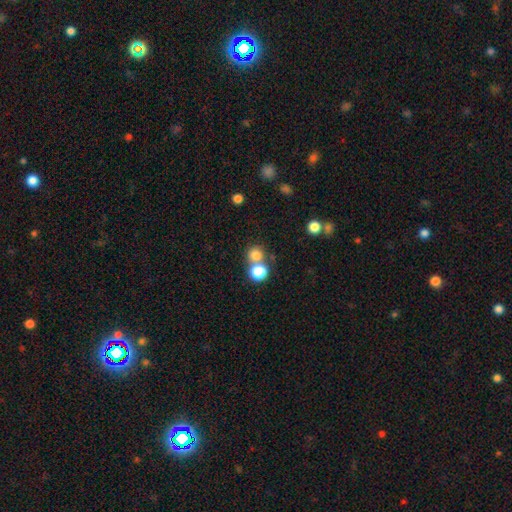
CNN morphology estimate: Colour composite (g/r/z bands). It shows a smooth galaxy with no disk features (79%) that is round (89%). Merging: none (54%).